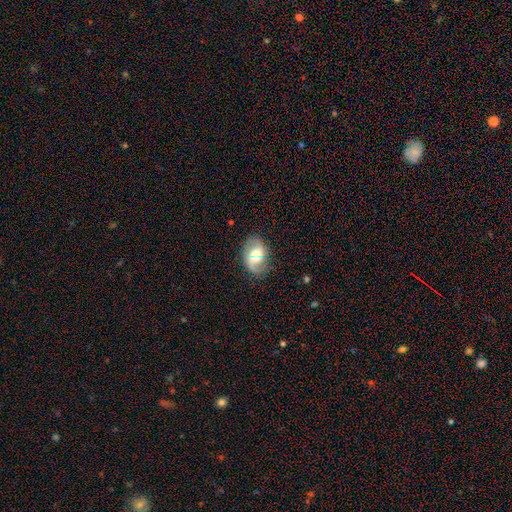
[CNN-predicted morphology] A featured or disk galaxy (67%) with a weak bar (44%), 2 (80%) loose (51%) spiral arms (86%) and a moderate central bulge (66%). Merging: none (74%).